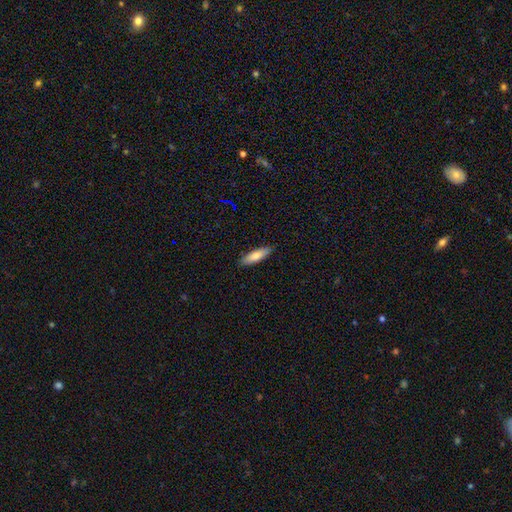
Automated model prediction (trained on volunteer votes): smooth-or-featured: smooth: 79% | featured or disk: 15% | star or artifact: 6%
  how-rounded: cigar-shaped: 57% | in between: 42% | round: 2%
  merging: none: 89% | minor disturbance: 8% | major disturbance: 2% | merger: 1%